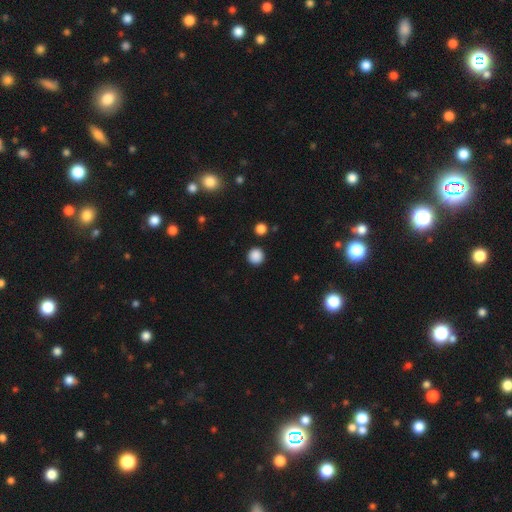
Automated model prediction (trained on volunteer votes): smooth_or_featured: smooth (p=0.87) [alt: star or artifact p=0.10]
how_rounded: round (p=0.94) [alt: in between p=0.05]
merging: none (p=0.91) [alt: minor disturbance p=0.05]